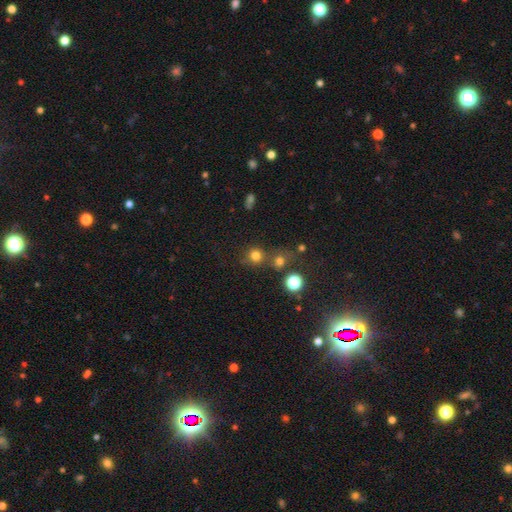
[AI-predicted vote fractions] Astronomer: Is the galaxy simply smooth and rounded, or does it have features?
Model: smooth — 74%.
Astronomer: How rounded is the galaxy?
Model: round — 89%.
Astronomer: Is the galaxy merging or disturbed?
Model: none — 66%.